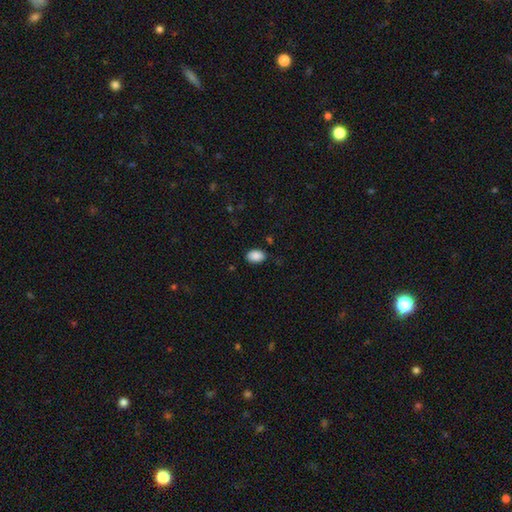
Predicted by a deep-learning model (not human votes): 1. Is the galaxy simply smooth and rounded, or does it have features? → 89% smooth, 7% star or artifact, 4% featured or disk.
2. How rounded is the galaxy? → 88% in between, 10% round, 1% cigar-shaped.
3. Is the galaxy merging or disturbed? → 82% none, 14% minor disturbance, 3% major disturbance, 1% merger.